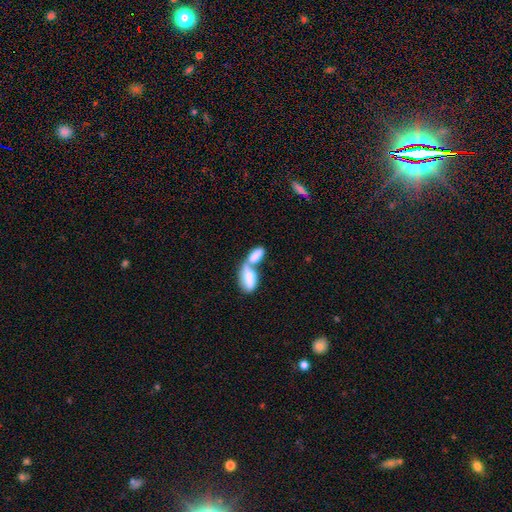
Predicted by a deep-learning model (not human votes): smooth 72%, featured or disk 21%, star or artifact 7%. Down the decision tree: how rounded — in between (83%); merging — merger (75%).